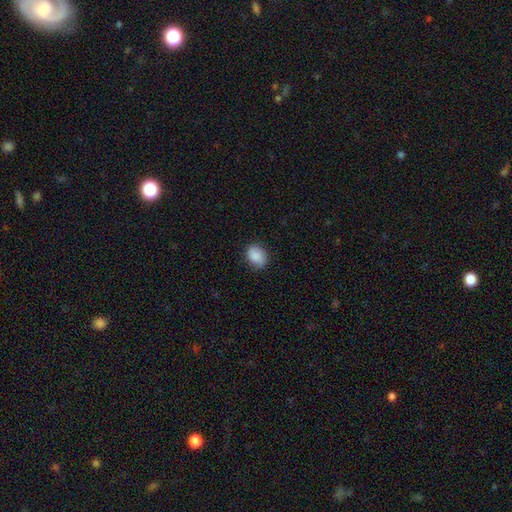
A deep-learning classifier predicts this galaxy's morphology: Q: Smooth or featured?
A: smooth (88%); runner-up: star or artifact (7%)
Q: How rounded?
A: in between (65%); runner-up: round (34%)
Q: Merging?
A: none (82%); runner-up: minor disturbance (14%)